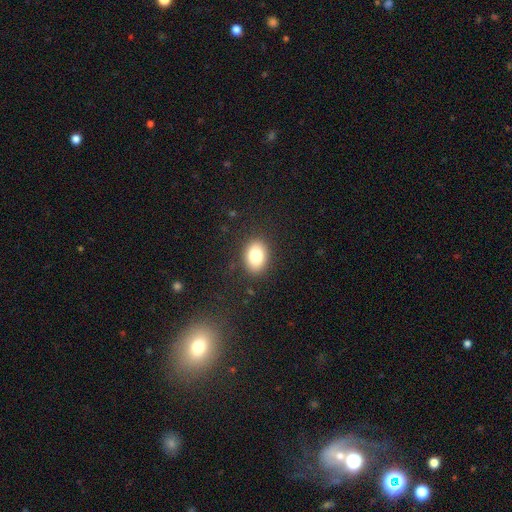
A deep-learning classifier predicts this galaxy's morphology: This is clearly a smooth galaxy (83%). How rounded: likely in between (77%). Merging: clearly none (86%).